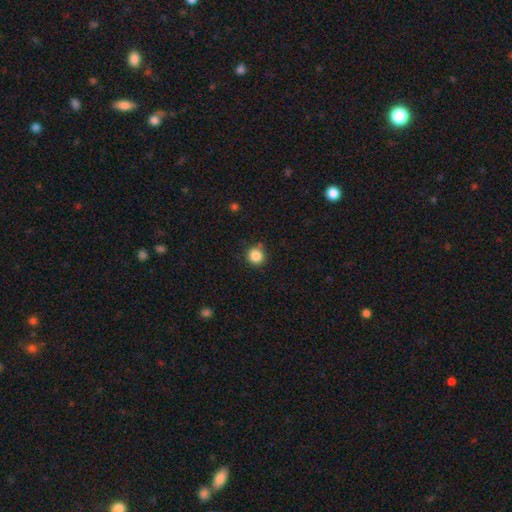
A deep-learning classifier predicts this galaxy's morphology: Overall: smooth (85%). How rounded: round (93%). Merging: none (85%).